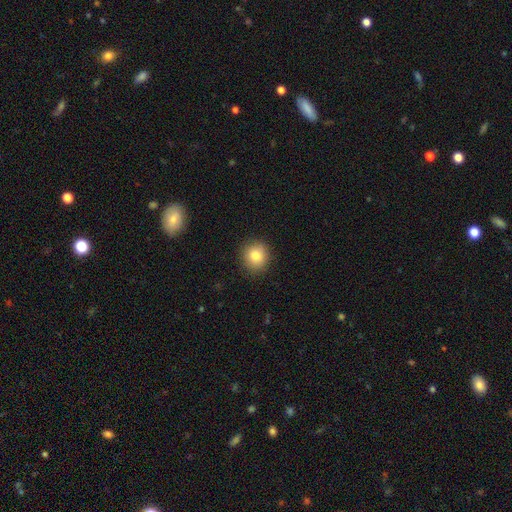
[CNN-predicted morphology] Smooth or featured? smooth (81%)
How rounded? round (87%)
Merging? none (90%)